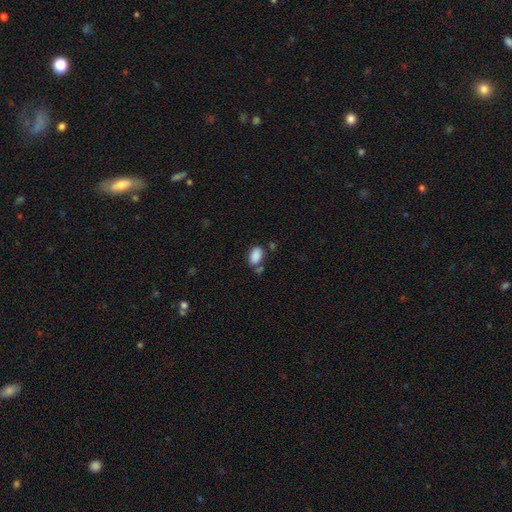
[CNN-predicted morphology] Overall: smooth (87%). How rounded: in between (92%). Merging: none (63%).